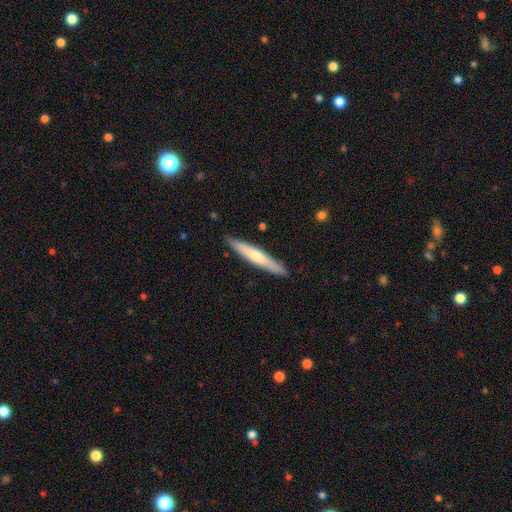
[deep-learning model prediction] Q: Smooth or featured?
A: smooth (54%); runner-up: featured or disk (41%)
Q: How rounded?
A: cigar-shaped (94%); runner-up: in between (5%)
Q: Merging?
A: none (89%); runner-up: minor disturbance (8%)